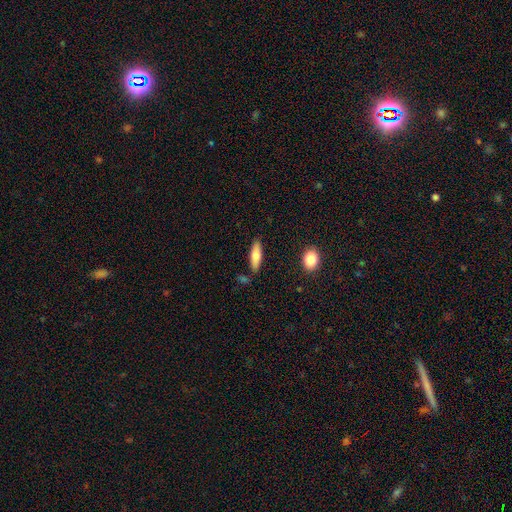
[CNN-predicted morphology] Smooth or featured? Predicted: smooth (p=0.73). How rounded? Predicted: cigar-shaped (p=0.53). Merging? Predicted: none (p=0.84).